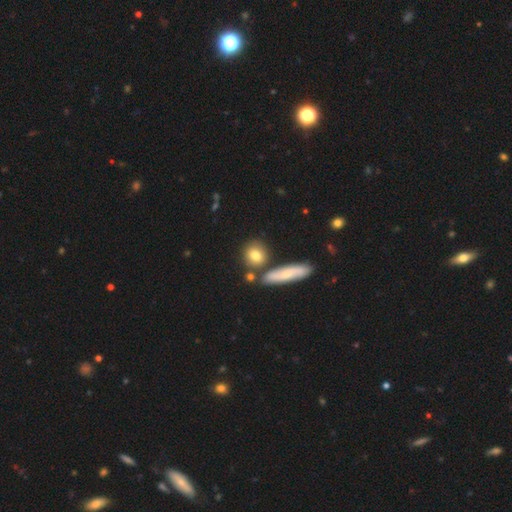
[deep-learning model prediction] This appears to be a smooth galaxy with no disk features (77%) that is round (66%). Merging: none (70%).